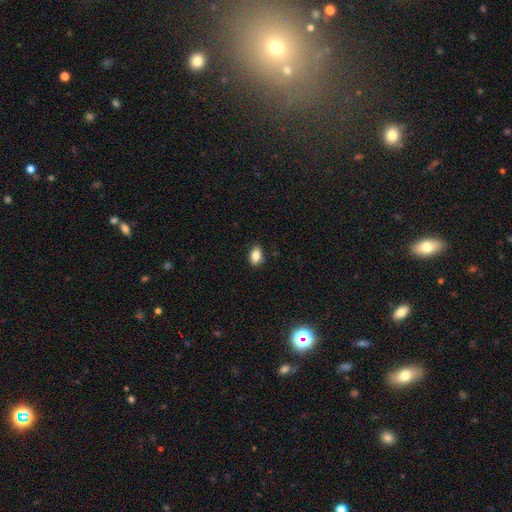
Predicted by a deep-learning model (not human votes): Overall: smooth (85%). How rounded: in between (88%). Merging: none (86%).